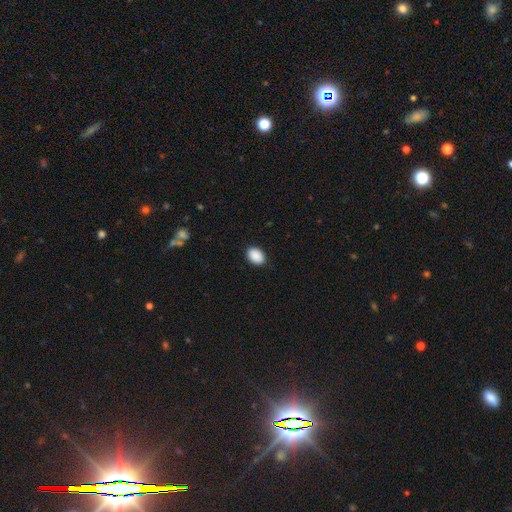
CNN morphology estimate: smooth-or-featured: smooth: 91% | star or artifact: 7% | featured or disk: 2%
  how-rounded: in between: 76% | round: 23% | cigar-shaped: 1%
  merging: none: 88% | minor disturbance: 9% | major disturbance: 2% | merger: 1%